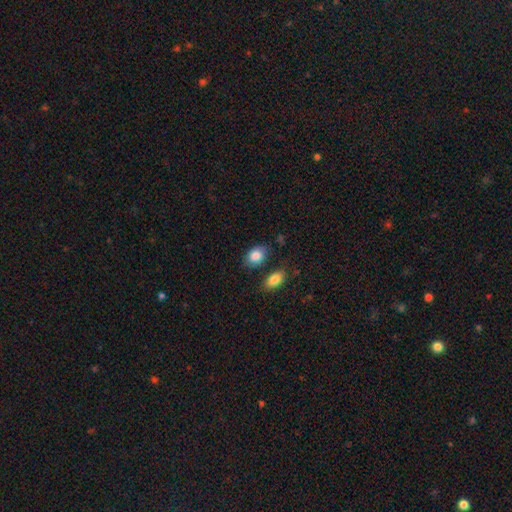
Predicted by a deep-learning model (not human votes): smooth 86%, featured or disk 7%, star or artifact 7%. Down the decision tree: how rounded — in between (80%); merging — none (71%).